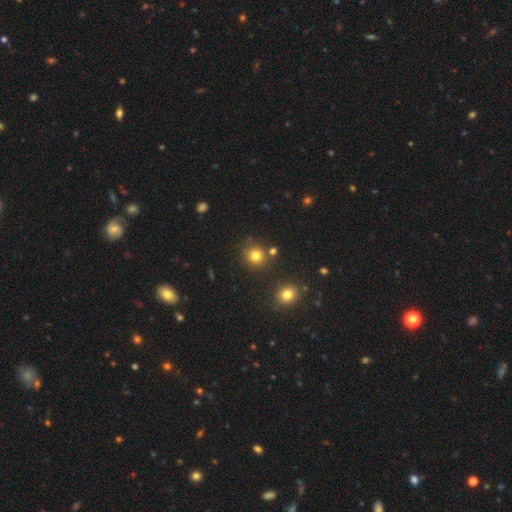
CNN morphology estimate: Smooth or featured? Predicted: smooth (p=0.79). How rounded? Predicted: round (p=0.89). Merging? Predicted: none (p=0.81).